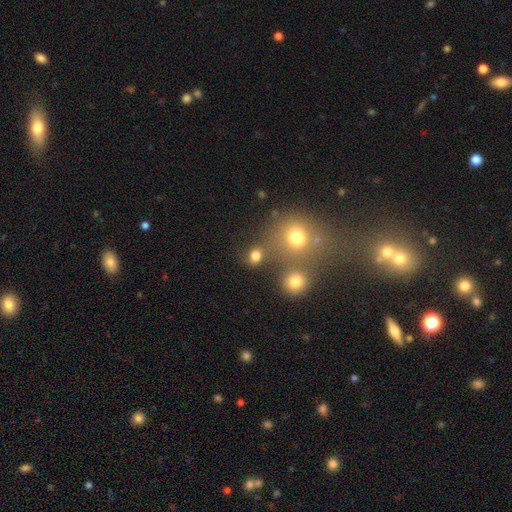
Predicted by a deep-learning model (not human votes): Morphology: type=smooth (77%); roundness=round (76%); merging=none (66%).